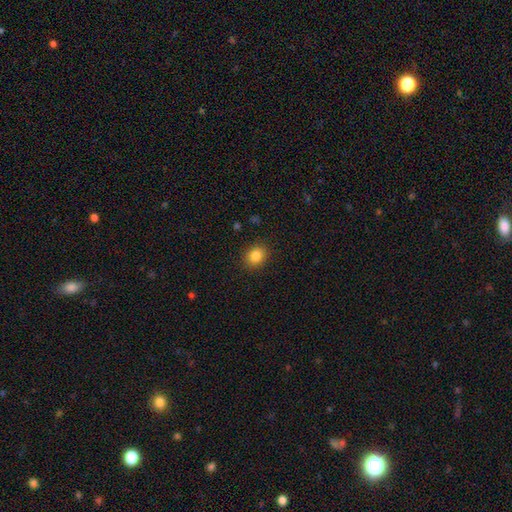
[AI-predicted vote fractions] A smooth galaxy with no disk features (84%) that is round (59%). Merging: none (89%).